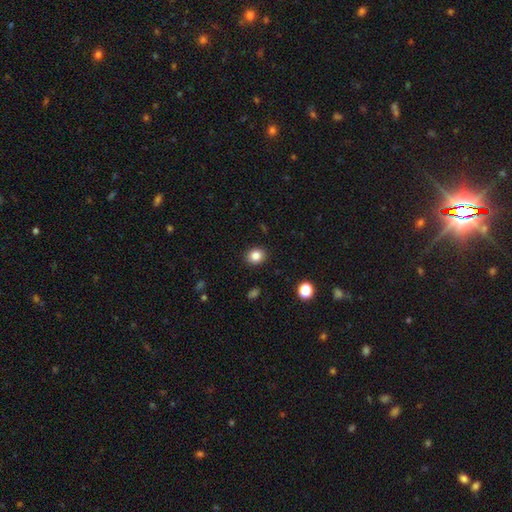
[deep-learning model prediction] Morphology: type=smooth (84%); roundness=round (64%); merging=none (90%).